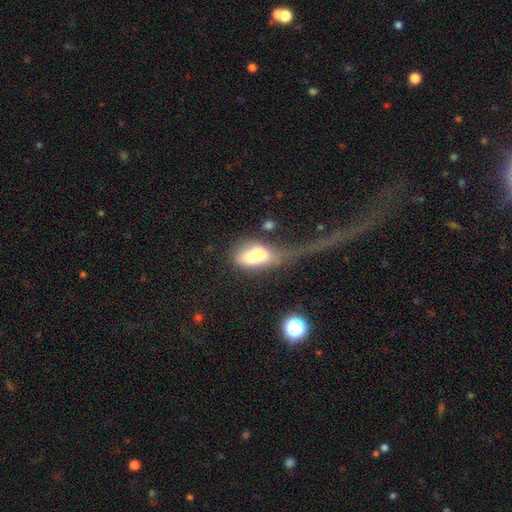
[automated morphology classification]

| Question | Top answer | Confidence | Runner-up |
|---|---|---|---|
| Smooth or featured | smooth | 66% | featured or disk (24%) |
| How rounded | in between | 83% | round (11%) |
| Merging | major disturbance | 40% | merger (31%) |